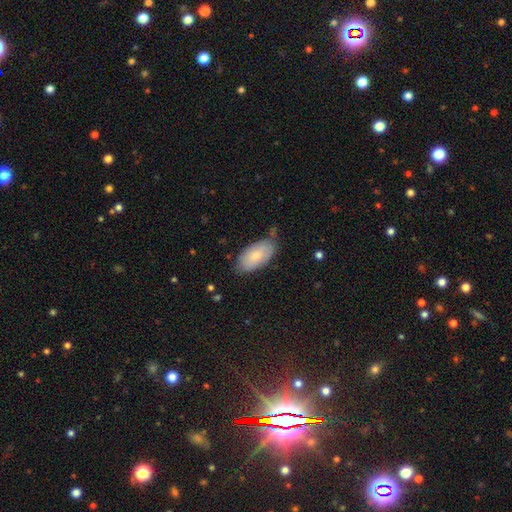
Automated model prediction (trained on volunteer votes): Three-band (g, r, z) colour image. It shows a smooth galaxy with no disk features (78%) that is in between round and cigar-shaped (94%). Merging: none (70%).